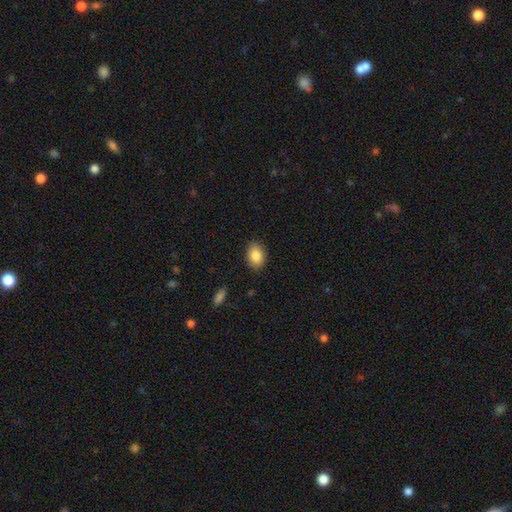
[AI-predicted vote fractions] smooth 87%, star or artifact 7%, featured or disk 6%. Down the decision tree: how rounded — in between (84%); merging — none (86%).